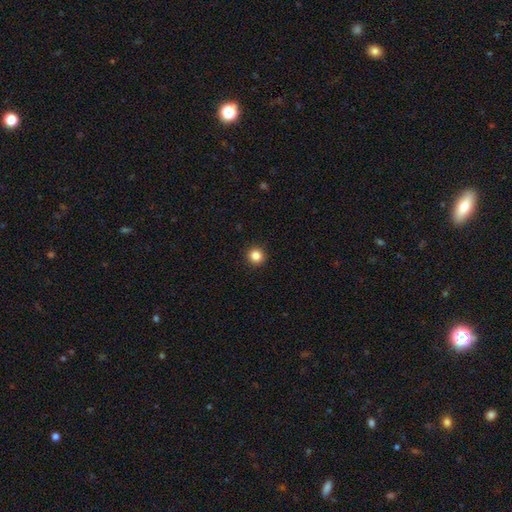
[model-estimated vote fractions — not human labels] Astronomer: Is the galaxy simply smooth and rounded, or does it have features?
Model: smooth — 85%.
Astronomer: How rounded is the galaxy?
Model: round — 95%.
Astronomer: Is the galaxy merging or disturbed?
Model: none — 93%.